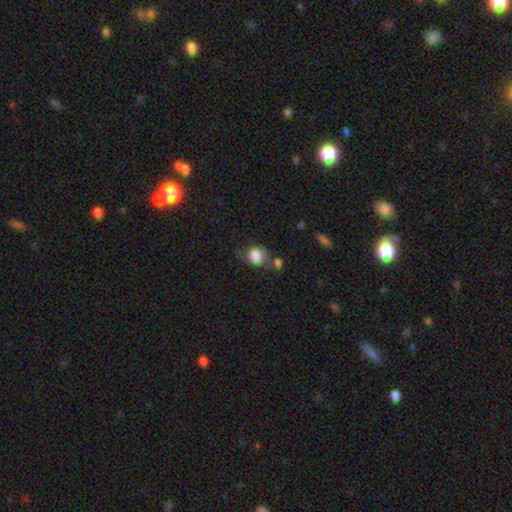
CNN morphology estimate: smooth-or-featured: smooth: 80% | featured or disk: 11% | star or artifact: 8%
  how-rounded: round: 69% | in between: 30% | cigar-shaped: 1%
  merging: none: 49% | minor disturbance: 25% | merger: 15% | major disturbance: 12%